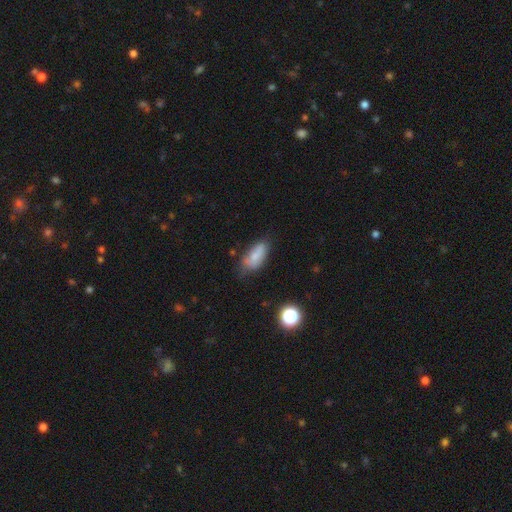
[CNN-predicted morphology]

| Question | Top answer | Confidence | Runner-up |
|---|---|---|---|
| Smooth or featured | smooth | 75% | featured or disk (16%) |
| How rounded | in between | 86% | cigar-shaped (10%) |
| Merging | none | 54% | minor disturbance (32%) |